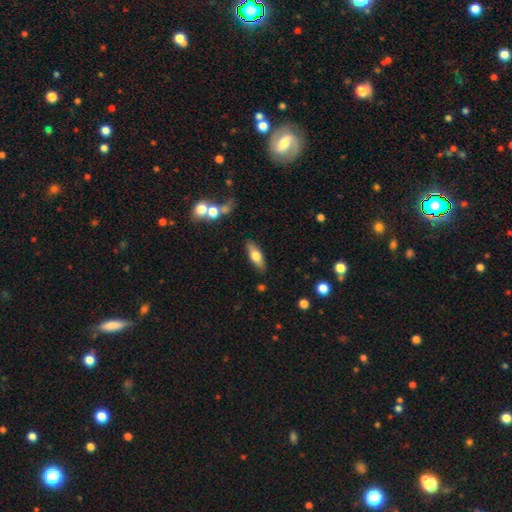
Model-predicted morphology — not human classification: A smooth galaxy with no disk features (58%) that is in between round and cigar-shaped (59%). Merging: none (86%).